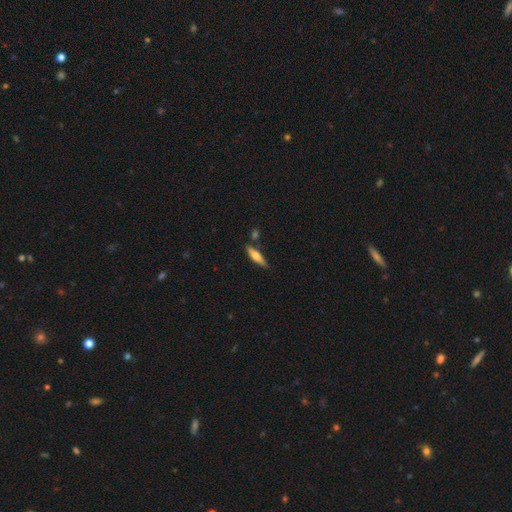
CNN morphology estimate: This appears to be a smooth galaxy with no disk features (52%) that is cigar-shaped (68%). Merging: none (76%).